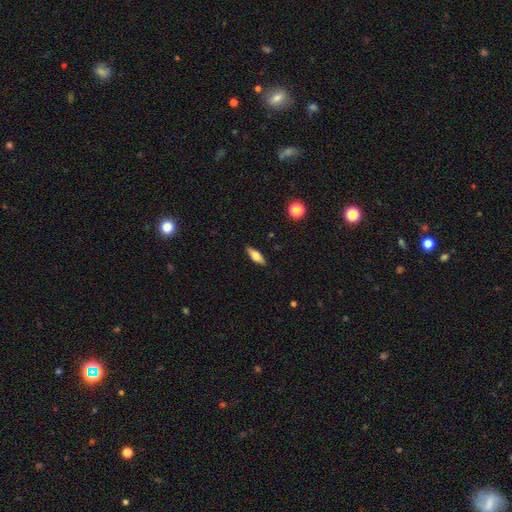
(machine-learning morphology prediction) Smooth or featured? smooth (58%)
How rounded? in between (60%)
Merging? none (88%)